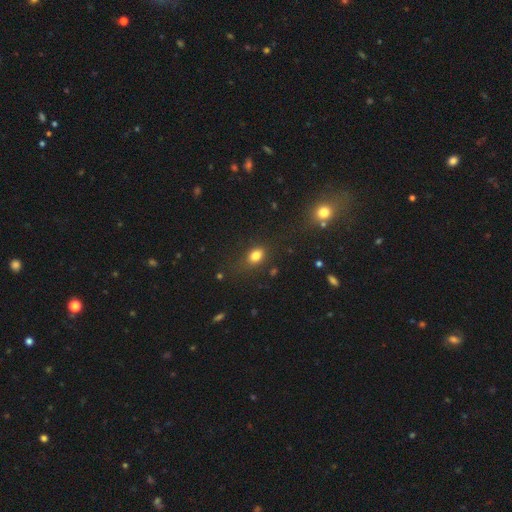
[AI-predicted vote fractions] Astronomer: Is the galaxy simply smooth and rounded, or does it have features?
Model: smooth — 81%.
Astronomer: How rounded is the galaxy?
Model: in between — 75%.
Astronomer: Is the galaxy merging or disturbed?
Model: none — 76%.